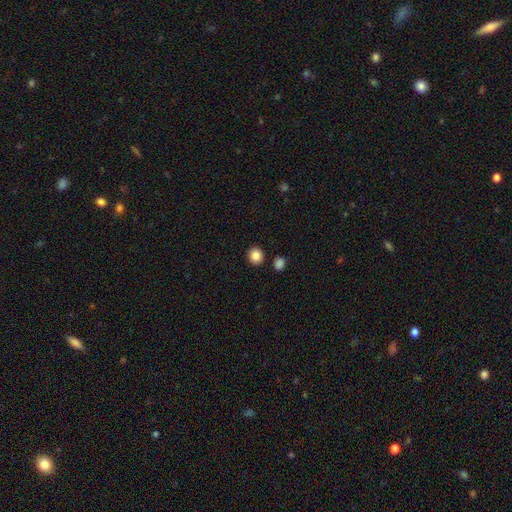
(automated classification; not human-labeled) Overall: smooth (86%). How rounded: round (84%). Merging: none (88%).